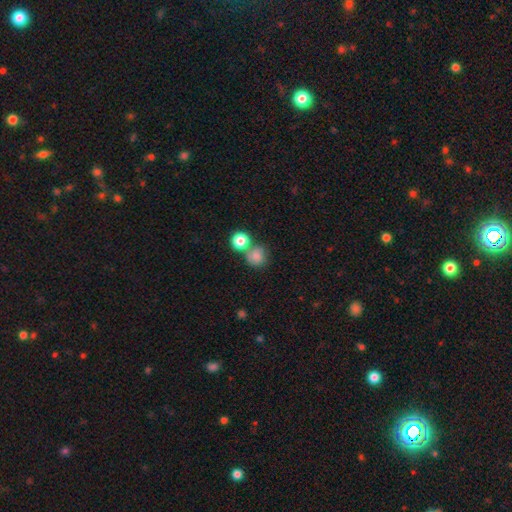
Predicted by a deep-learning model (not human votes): The model was most divided on "merging": none: 50%, merger: 32%, minor disturbance: 12%, major disturbance: 5%. More confident: how rounded — round (86%); smooth or featured — smooth (78%).